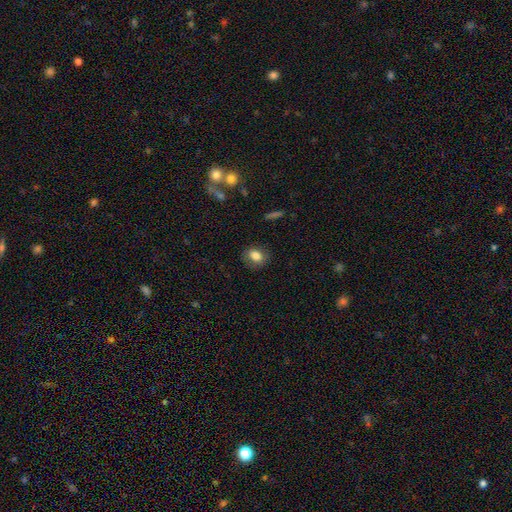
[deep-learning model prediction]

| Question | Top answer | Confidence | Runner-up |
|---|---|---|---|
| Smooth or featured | smooth | 82% | featured or disk (9%) |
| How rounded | round | 50% | in between (49%) |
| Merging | none | 83% | minor disturbance (12%) |